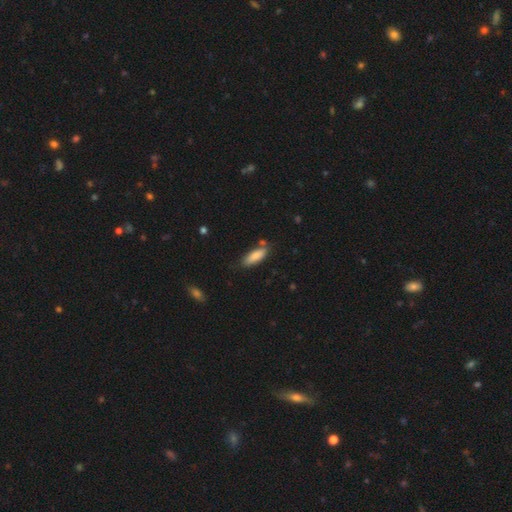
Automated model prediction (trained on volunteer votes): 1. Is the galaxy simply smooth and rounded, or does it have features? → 84% smooth, 10% featured or disk, 6% star or artifact.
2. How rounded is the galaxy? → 61% in between, 37% cigar-shaped, 2% round.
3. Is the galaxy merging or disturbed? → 73% none, 18% minor disturbance, 6% merger, 3% major disturbance.